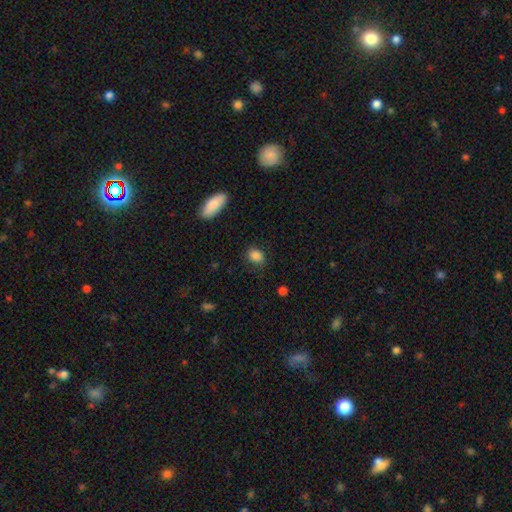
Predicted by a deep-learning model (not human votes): A smooth galaxy with no disk features (86%) that is in between round and cigar-shaped (58%).

Vote fractions:
- Smooth or featured? smooth: 86% / star or artifact: 9% / featured or disk: 5%
- How rounded? in between: 58% / round: 40% / cigar-shaped: 2%
- Merging? none: 78% / minor disturbance: 16% / major disturbance: 4% / merger: 2%